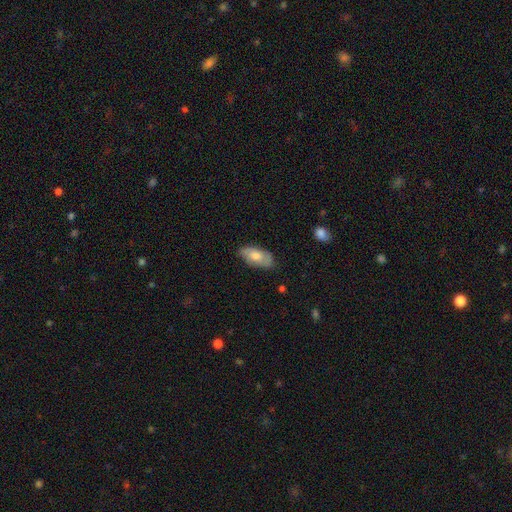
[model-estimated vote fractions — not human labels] This is likely a smooth galaxy (66%). How rounded: clearly in between (90%). Merging: likely none (79%).